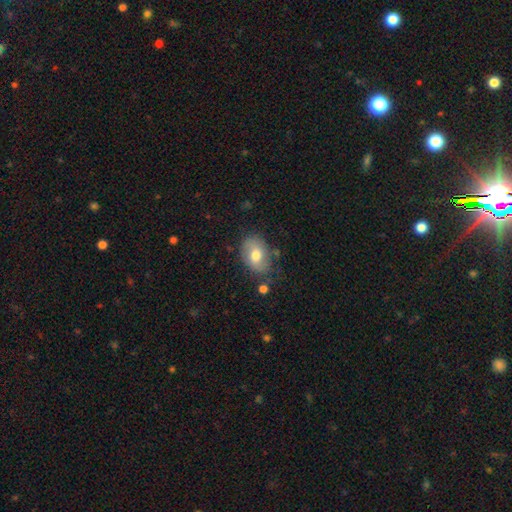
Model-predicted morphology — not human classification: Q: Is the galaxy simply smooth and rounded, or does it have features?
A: smooth — 67%.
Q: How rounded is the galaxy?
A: in between — 79%.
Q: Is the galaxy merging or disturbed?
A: none — 71%.